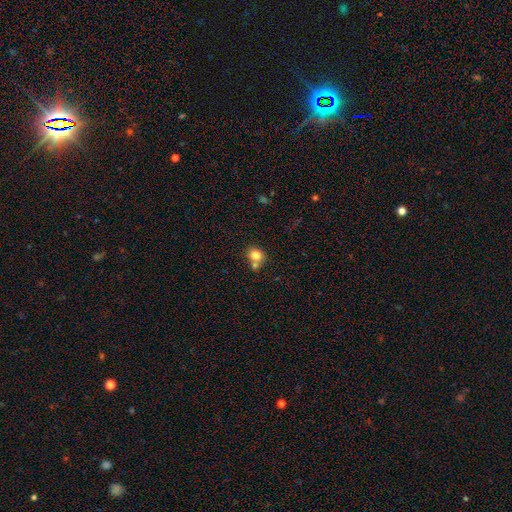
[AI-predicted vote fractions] smooth-or-featured: smooth: 81% | star or artifact: 10% | featured or disk: 9%
  how-rounded: round: 65% | in between: 34% | cigar-shaped: 1%
  merging: none: 49% | merger: 37% | minor disturbance: 10% | major disturbance: 4%